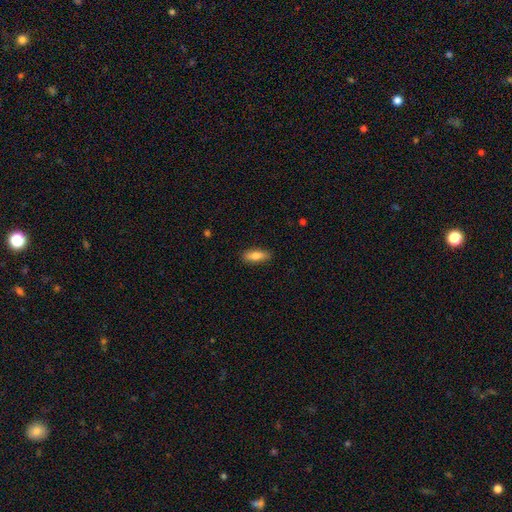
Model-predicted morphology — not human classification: smooth-or-featured: smooth: 81% | featured or disk: 13% | star or artifact: 6%
  how-rounded: in between: 67% | cigar-shaped: 31% | round: 2%
  merging: none: 88% | minor disturbance: 9% | major disturbance: 2% | merger: 1%